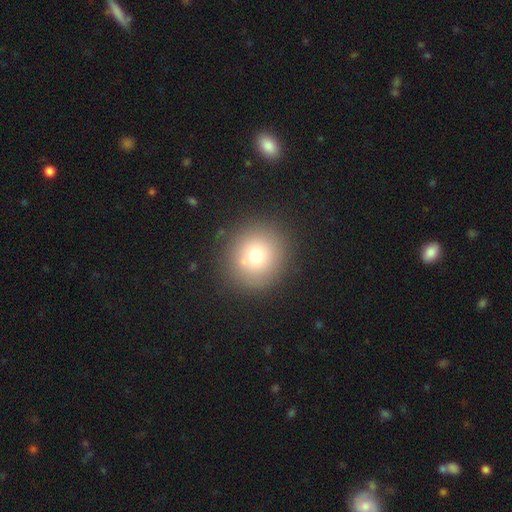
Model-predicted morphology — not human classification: The model was most divided on "smooth or featured": smooth: 73%, star or artifact: 14%, featured or disk: 13%. More confident: how rounded — round (89%); merging — none (86%).